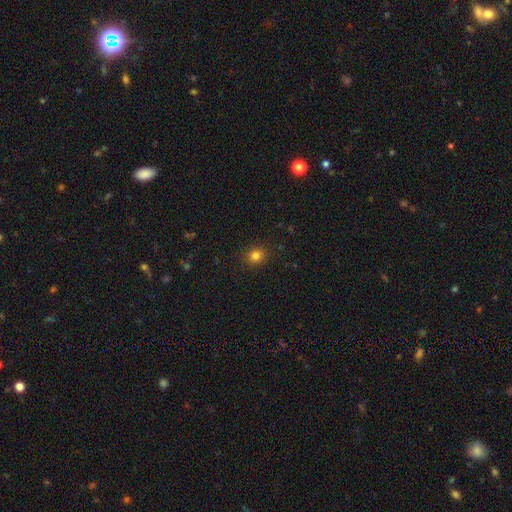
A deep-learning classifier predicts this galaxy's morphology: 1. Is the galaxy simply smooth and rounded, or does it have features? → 82% smooth, 13% star or artifact, 5% featured or disk.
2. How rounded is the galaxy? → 84% round, 15% in between, 1% cigar-shaped.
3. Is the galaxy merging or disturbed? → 90% none, 7% minor disturbance, 2% major disturbance, 1% merger.